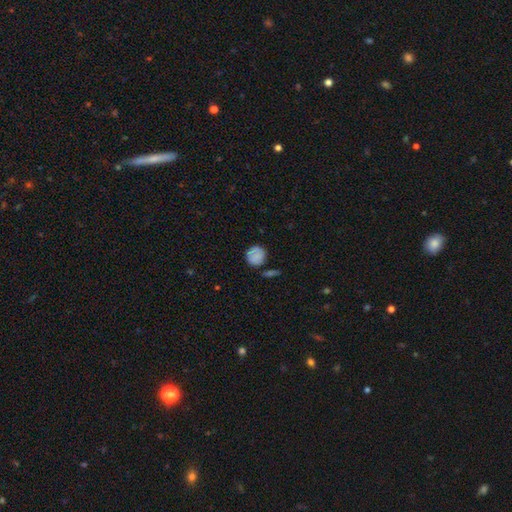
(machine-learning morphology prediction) This is clearly a smooth galaxy (80%). How rounded: clearly round (87%). Merging: likely none (69%).